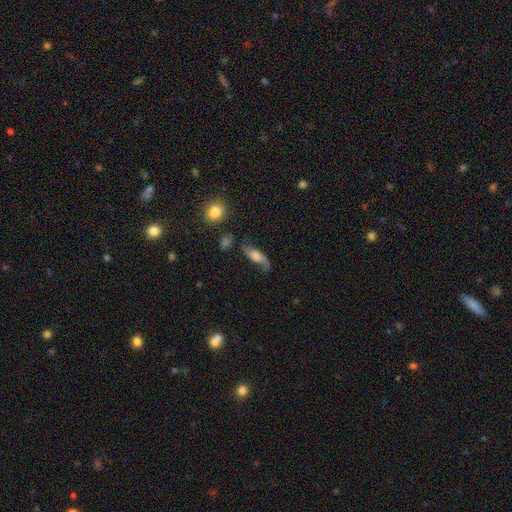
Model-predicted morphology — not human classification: smooth_or_featured: featured or disk (p=0.71) [alt: smooth p=0.21]
disk_edge_on: no (p=0.81) [alt: yes p=0.19]
bar: no (p=0.56) [alt: weak p=0.32]
has_spiral_arms: yes (p=0.93) [alt: no p=0.07]
spiral_winding: loose (p=0.77) [alt: medium p=0.17]
spiral_arm_count: 2 (p=0.88) [alt: 1 p=0.06]
bulge_size: moderate (p=0.34) [tied with: large p=0.34]
merging: none (p=0.65) [alt: minor disturbance p=0.20]